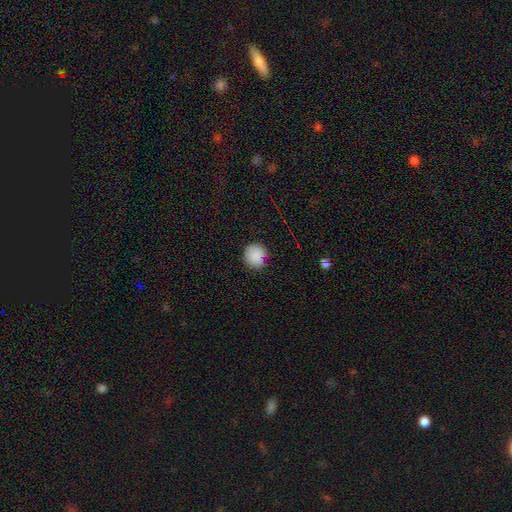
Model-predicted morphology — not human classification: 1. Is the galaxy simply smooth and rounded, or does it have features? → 87% smooth, 9% star or artifact, 4% featured or disk.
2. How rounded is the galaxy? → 87% round, 12% in between, 1% cigar-shaped.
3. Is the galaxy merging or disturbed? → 81% none, 14% minor disturbance, 3% major disturbance, 2% merger.